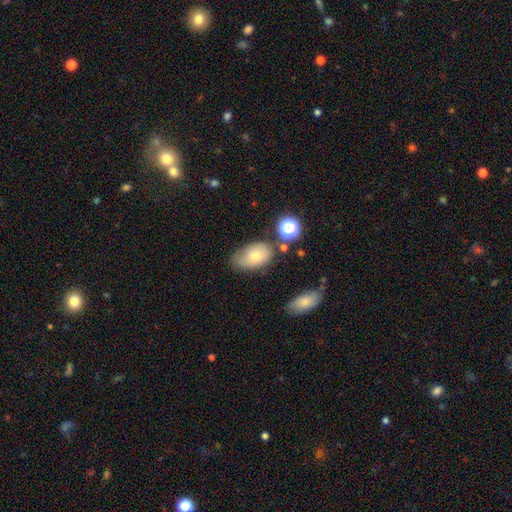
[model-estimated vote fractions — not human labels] Smooth or featured?
  - smooth: 68% *
  - featured or disk: 21%
  - star or artifact: 10%
How rounded?
  - in between: 88% *
  - round: 10%
  - cigar-shaped: 2%
Merging?
  - none: 54% *
  - minor disturbance: 29%
  - major disturbance: 9%
  - merger: 8%